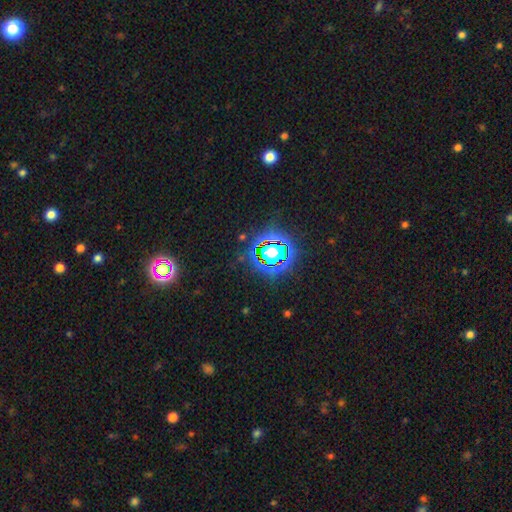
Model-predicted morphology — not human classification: star or artifact 83%, smooth 10%, featured or disk 7%.